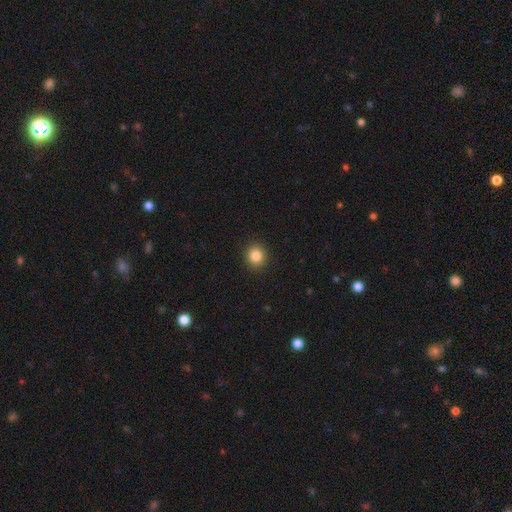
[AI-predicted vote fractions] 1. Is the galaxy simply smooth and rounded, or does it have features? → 85% smooth, 10% star or artifact, 4% featured or disk.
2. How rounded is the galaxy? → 84% round, 15% in between, 1% cigar-shaped.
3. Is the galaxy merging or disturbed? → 92% none, 5% minor disturbance, 2% major disturbance, 1% merger.